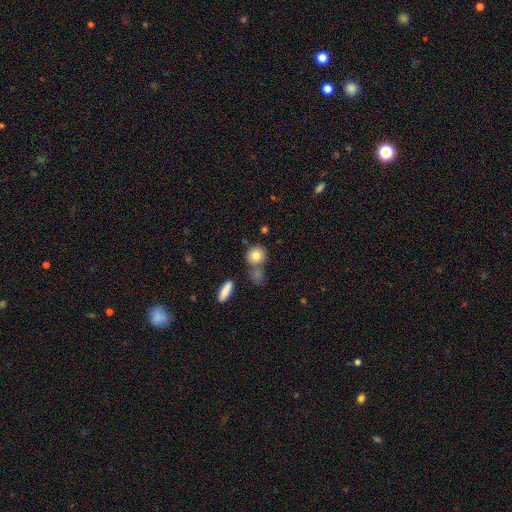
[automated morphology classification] Smooth or featured? smooth (80%)
How rounded? round (79%)
Merging? none (58%)